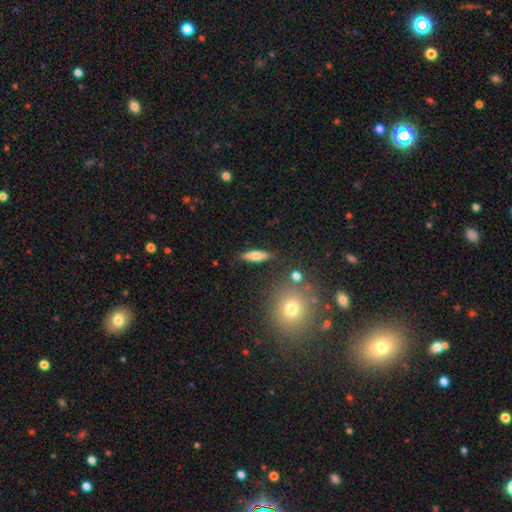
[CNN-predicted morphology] This appears to be a smooth galaxy with no disk features (58%) that is cigar-shaped (55%). Merging: none (84%).